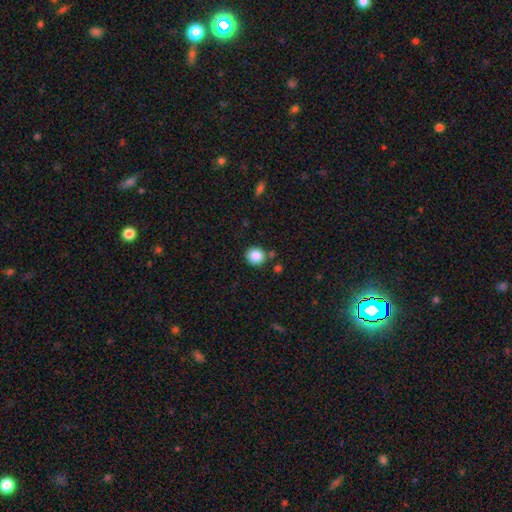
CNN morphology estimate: Q: Smooth or featured?
A: smooth (86%); runner-up: star or artifact (10%)
Q: How rounded?
A: round (87%); runner-up: in between (13%)
Q: Merging?
A: none (83%); runner-up: minor disturbance (9%)